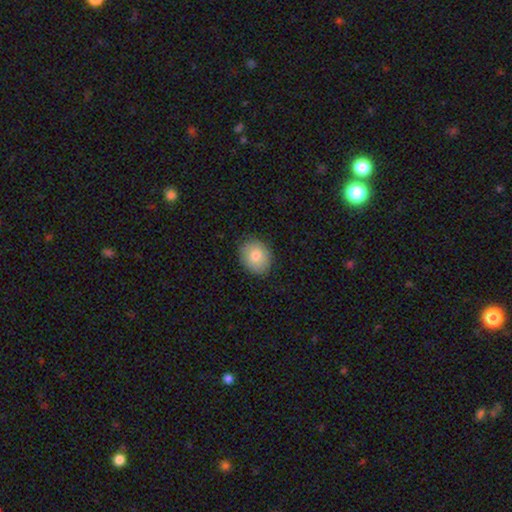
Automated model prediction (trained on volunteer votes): Smooth or featured: smooth — 82% (featured or disk — 11%)
How rounded: round — 51% (in between — 48%)
Merging: none — 85% (minor disturbance — 11%)